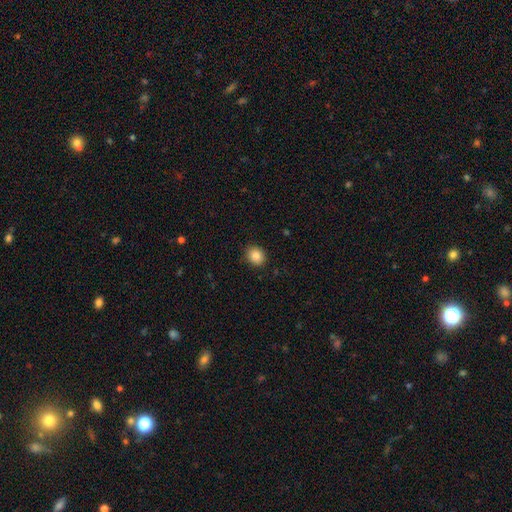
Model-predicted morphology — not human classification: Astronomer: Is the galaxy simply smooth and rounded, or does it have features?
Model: smooth — 85%.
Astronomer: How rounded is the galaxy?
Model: round — 67%.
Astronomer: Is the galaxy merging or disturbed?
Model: none — 89%.